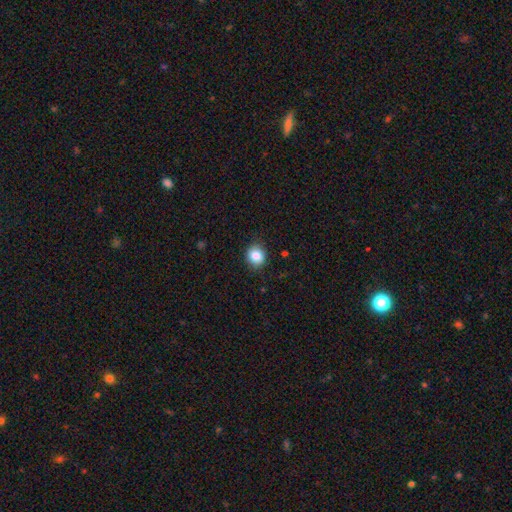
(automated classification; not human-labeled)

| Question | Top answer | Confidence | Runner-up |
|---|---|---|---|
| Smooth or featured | smooth | 85% | star or artifact (9%) |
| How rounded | round | 74% | in between (25%) |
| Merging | none | 88% | minor disturbance (9%) |